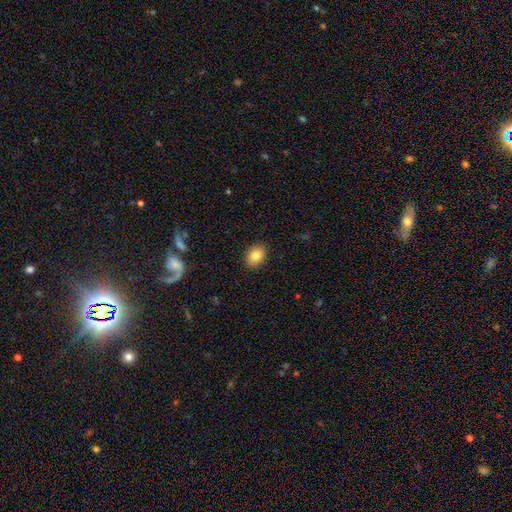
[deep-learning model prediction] smooth-or-featured: smooth: 83% | star or artifact: 9% | featured or disk: 8%
  how-rounded: in between: 69% | round: 30% | cigar-shaped: 1%
  merging: none: 89% | minor disturbance: 8% | major disturbance: 2% | merger: 1%